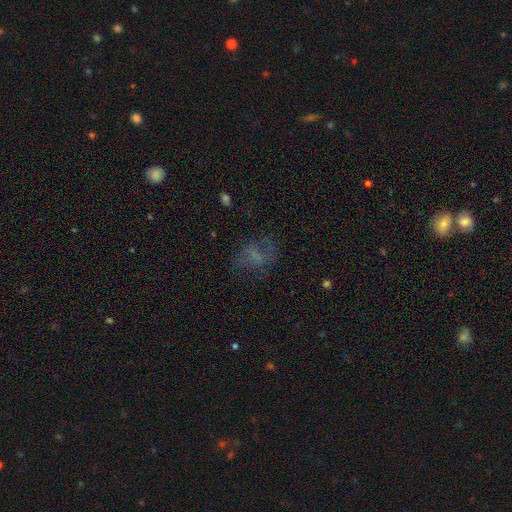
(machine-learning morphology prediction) A smooth galaxy with no disk features (45%).

Vote fractions:
- Smooth or featured? smooth: 45% / featured or disk: 34% / star or artifact: 21%
- Merging? none: 55% / major disturbance: 23% / minor disturbance: 19% / merger: 2%